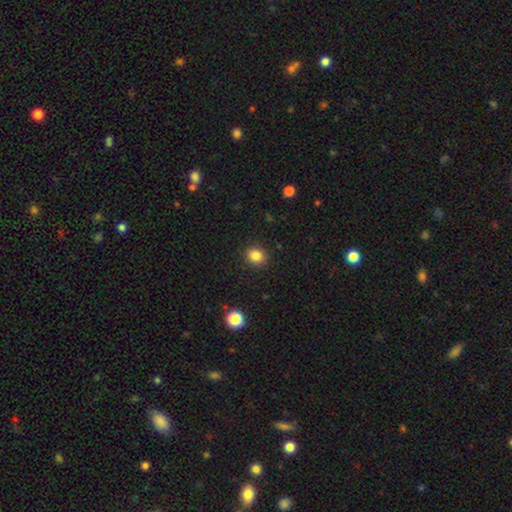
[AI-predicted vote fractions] A smooth galaxy with no disk features (84%) that is round (70%). Merging: none (90%).